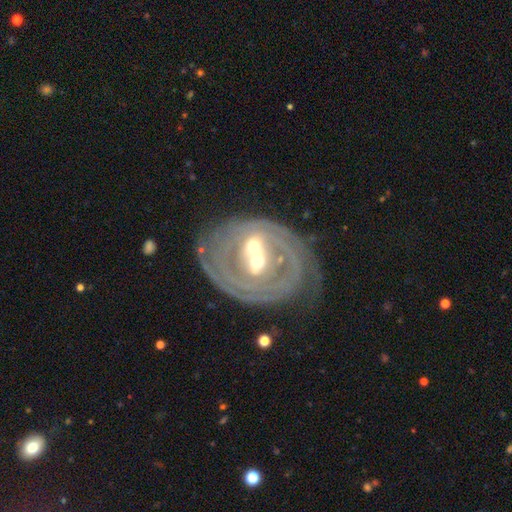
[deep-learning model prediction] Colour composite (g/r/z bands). It shows a featured or disk galaxy (82%) with no bar (52%), tight (73%) spiral arms (74%) and a moderate central bulge (55%). Merging: none (41%).